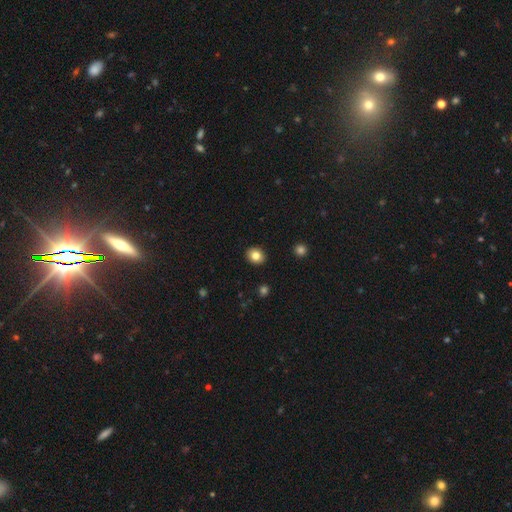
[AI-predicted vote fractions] A smooth galaxy with no disk features (82%) that is round (66%). Merging: none (92%).